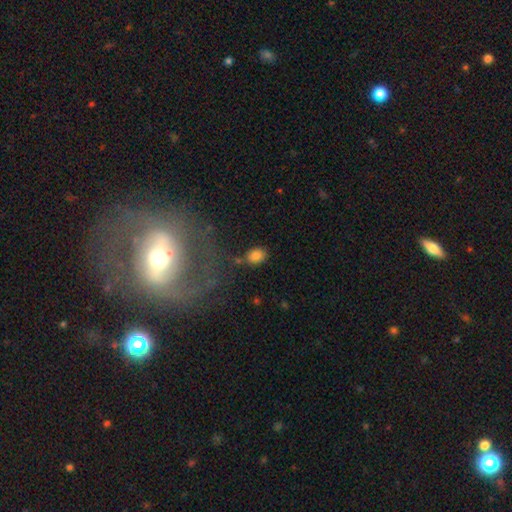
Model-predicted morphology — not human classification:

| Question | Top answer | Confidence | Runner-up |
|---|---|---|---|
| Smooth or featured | smooth | 82% | star or artifact (10%) |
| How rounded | in between | 66% | round (33%) |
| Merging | none | 75% | minor disturbance (15%) |